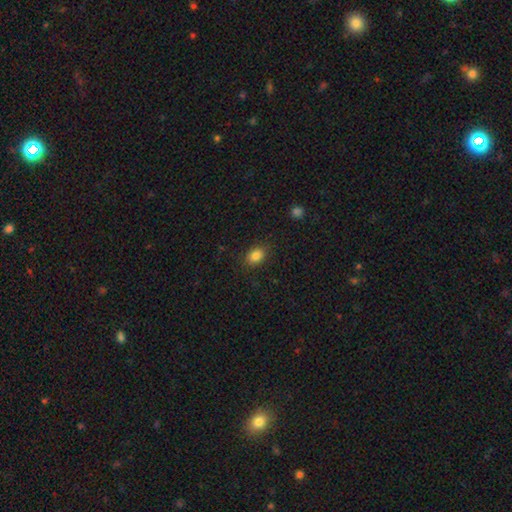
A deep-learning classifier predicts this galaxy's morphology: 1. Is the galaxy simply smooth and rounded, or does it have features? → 85% smooth, 10% star or artifact, 5% featured or disk.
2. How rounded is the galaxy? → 74% in between, 25% round, 1% cigar-shaped.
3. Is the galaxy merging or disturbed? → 85% none, 11% minor disturbance, 3% major disturbance, 1% merger.